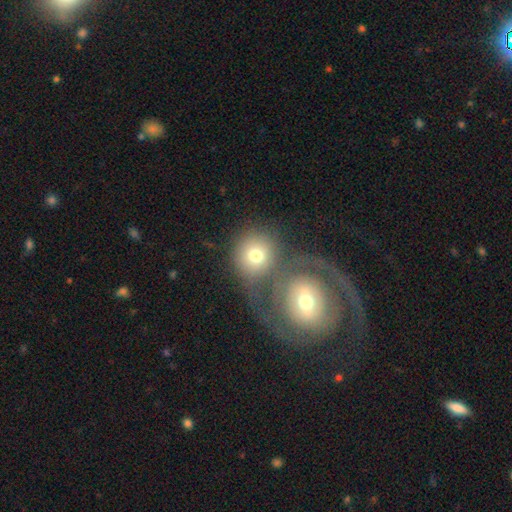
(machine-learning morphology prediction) This appears to be a smooth galaxy with no disk features (70%) that is round (81%). Merging: merger (46%).